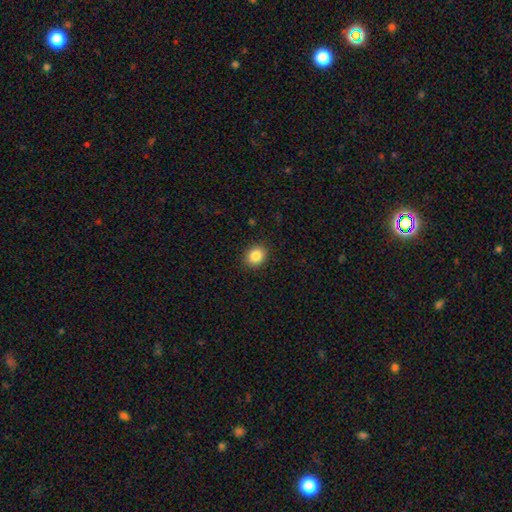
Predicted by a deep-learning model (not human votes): smooth 85%, star or artifact 9%, featured or disk 5%. Down the decision tree: how rounded — round (68%); merging — none (89%).